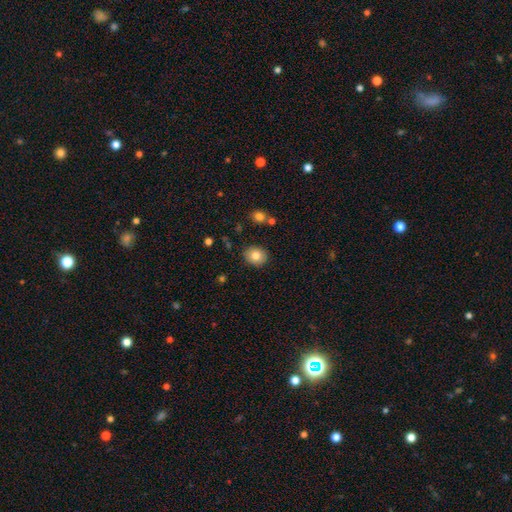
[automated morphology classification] type=smooth (81%); roundness=round (62%); merging=none (87%).